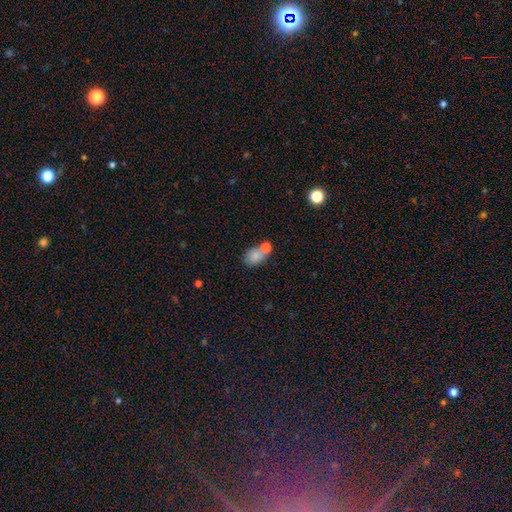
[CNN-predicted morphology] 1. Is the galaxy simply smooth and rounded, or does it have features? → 81% smooth, 10% featured or disk, 10% star or artifact.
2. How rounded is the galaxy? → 72% in between, 27% round, 1% cigar-shaped.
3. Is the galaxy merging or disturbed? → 49% none, 32% merger, 14% minor disturbance, 5% major disturbance.